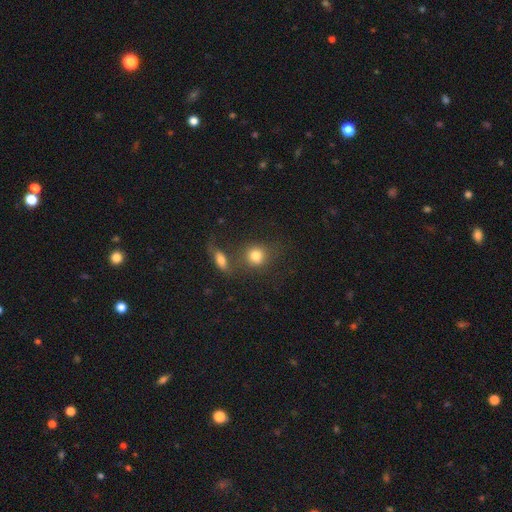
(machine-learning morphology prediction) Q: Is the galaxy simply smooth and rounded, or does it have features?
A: smooth — 79%.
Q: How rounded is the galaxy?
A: round — 73%.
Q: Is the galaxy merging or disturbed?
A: none — 52%.